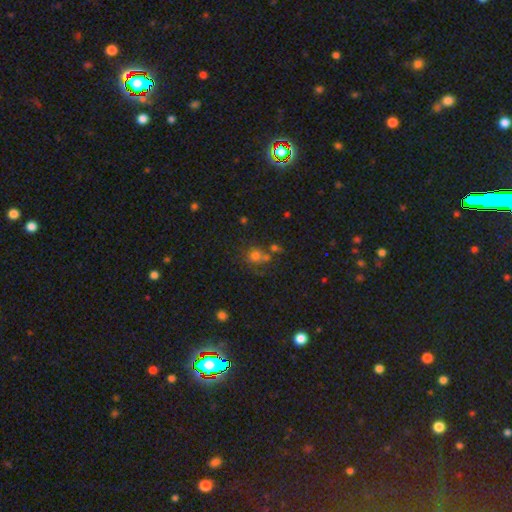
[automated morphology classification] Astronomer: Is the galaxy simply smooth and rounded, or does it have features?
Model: smooth — 62%.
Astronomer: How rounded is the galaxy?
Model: round — 83%.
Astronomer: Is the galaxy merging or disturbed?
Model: none — 55%.